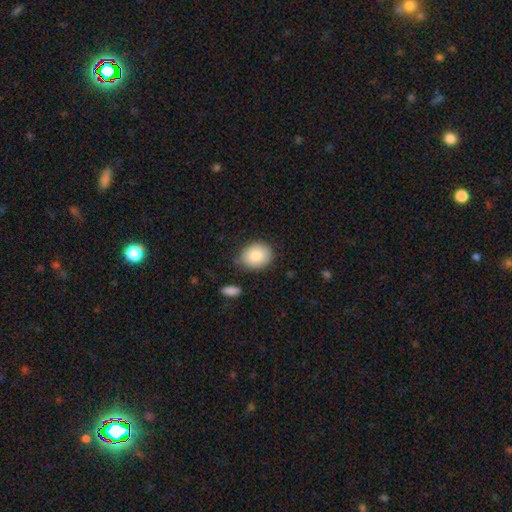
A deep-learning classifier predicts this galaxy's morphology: smooth_or_featured: smooth (p=0.83) [alt: featured or disk p=0.10]
how_rounded: round (p=0.56) [alt: in between p=0.43]
merging: none (p=0.76) [alt: minor disturbance p=0.17]